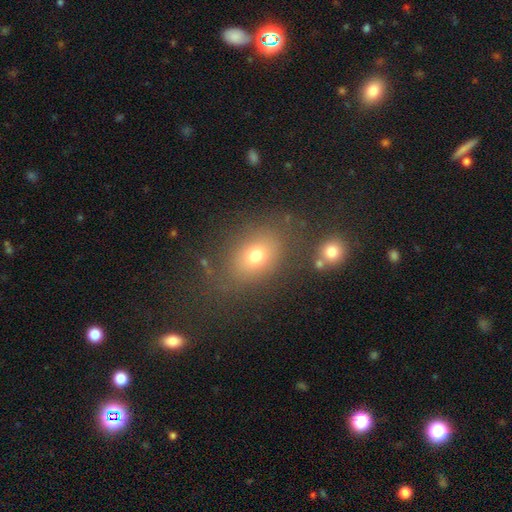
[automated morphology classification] Smooth or featured: smooth — 71% (star or artifact — 15%)
How rounded: in between — 64% (round — 34%)
Merging: none — 73% (minor disturbance — 14%)